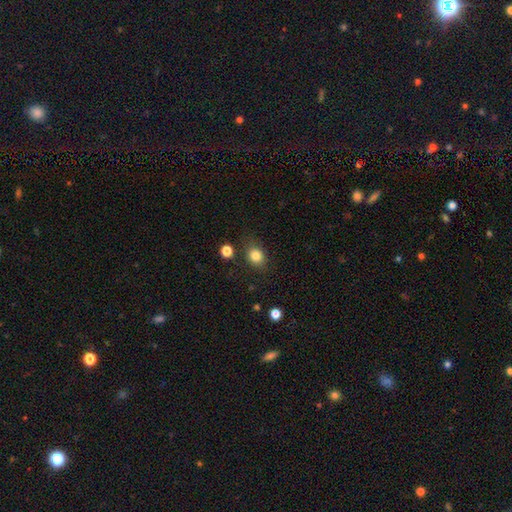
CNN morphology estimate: A smooth galaxy with no disk features (83%) that is round (58%). Merging: none (80%).